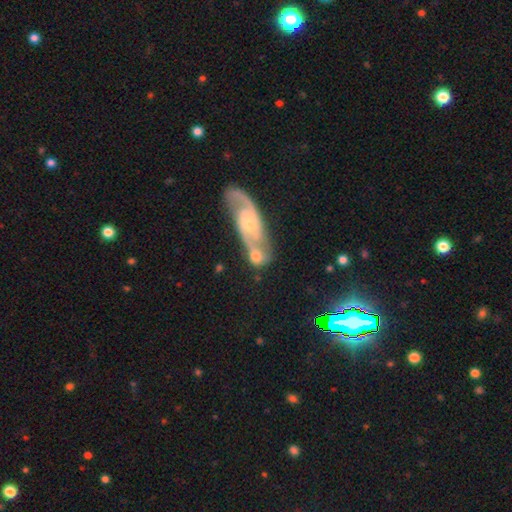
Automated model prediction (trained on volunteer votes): Smooth or featured? featured or disk (50%)
Merging? merger (51%)